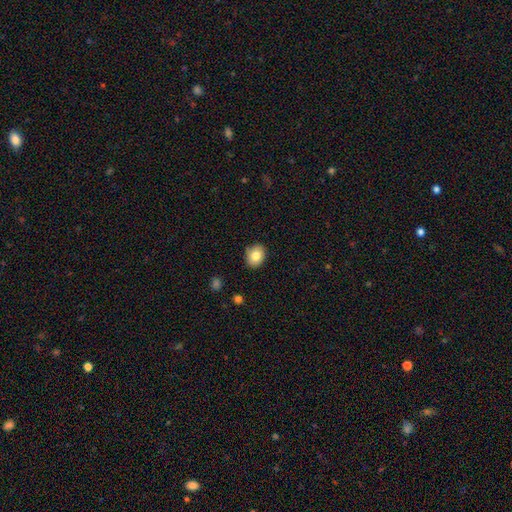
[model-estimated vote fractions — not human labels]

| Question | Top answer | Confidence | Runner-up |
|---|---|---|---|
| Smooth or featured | smooth | 82% | featured or disk (10%) |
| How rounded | round | 50% | in between (49%) |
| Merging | none | 84% | minor disturbance (12%) |